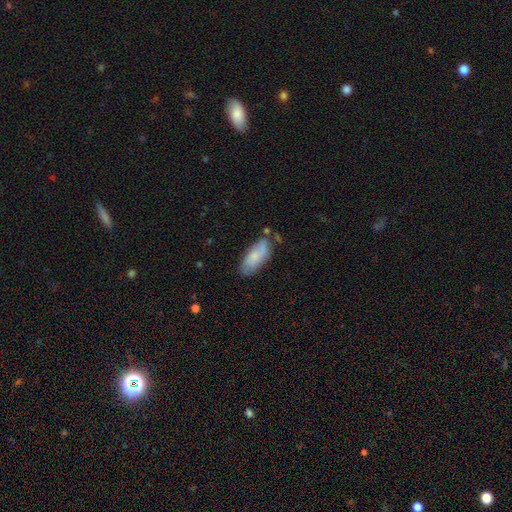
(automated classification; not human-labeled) This is likely a smooth galaxy (69%). How rounded: clearly in between (82%). Merging: likely none (63%).